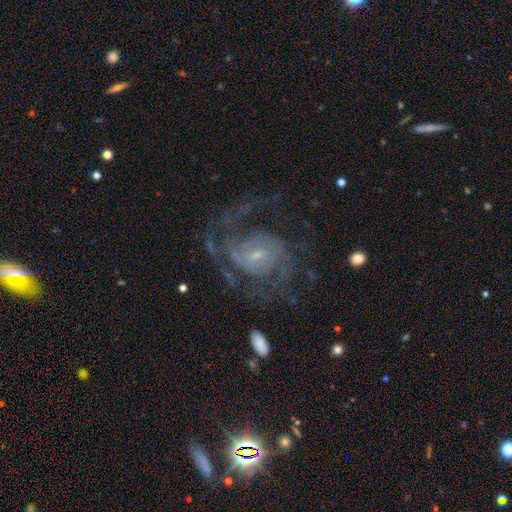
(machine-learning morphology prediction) This appears to be a featured or disk galaxy (88%) with a weak bar (50%), 2 (50%) medium (46%) spiral arms (96%) and a small central bulge (70%). Merging: none (64%).